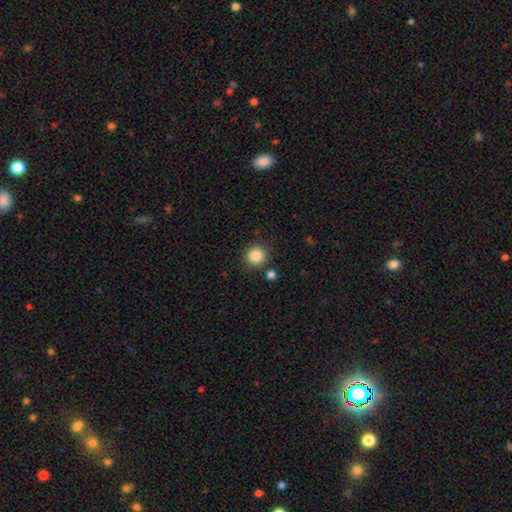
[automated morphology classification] A smooth galaxy with no disk features (86%) that is round (91%). Merging: none (85%).